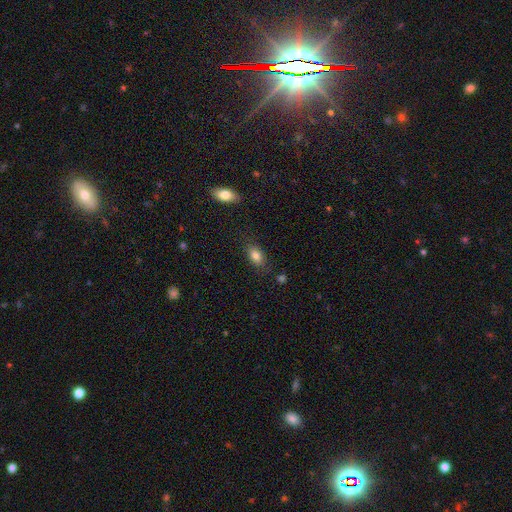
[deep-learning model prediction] Overall: smooth (82%). How rounded: in between (85%). Merging: none (79%).